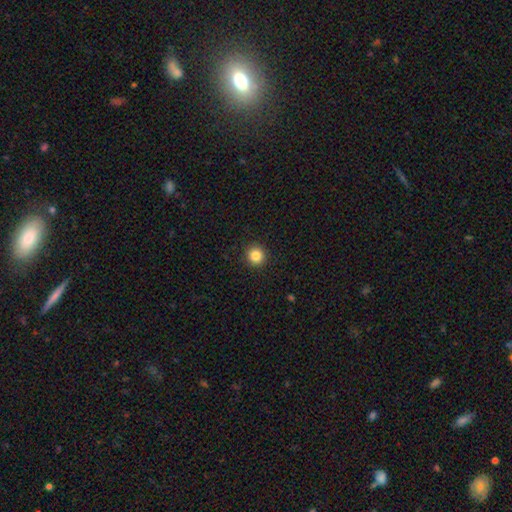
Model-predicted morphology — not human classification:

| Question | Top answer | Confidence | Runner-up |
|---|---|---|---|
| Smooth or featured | smooth | 85% | star or artifact (11%) |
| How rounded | round | 95% | in between (4%) |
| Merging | none | 93% | minor disturbance (5%) |